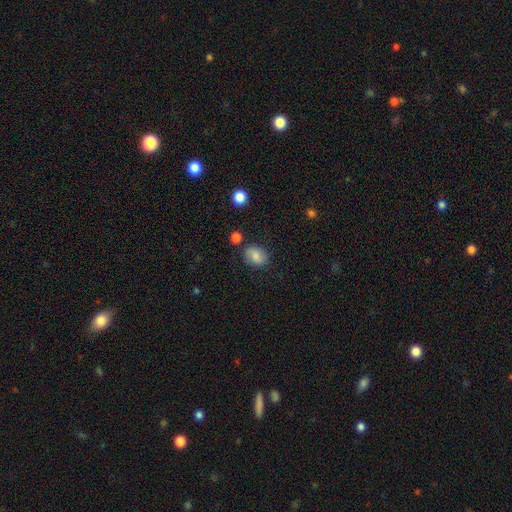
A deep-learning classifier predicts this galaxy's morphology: smooth 80%, featured or disk 10%, star or artifact 9%. Down the decision tree: how rounded — in between (52%); merging — none (77%).